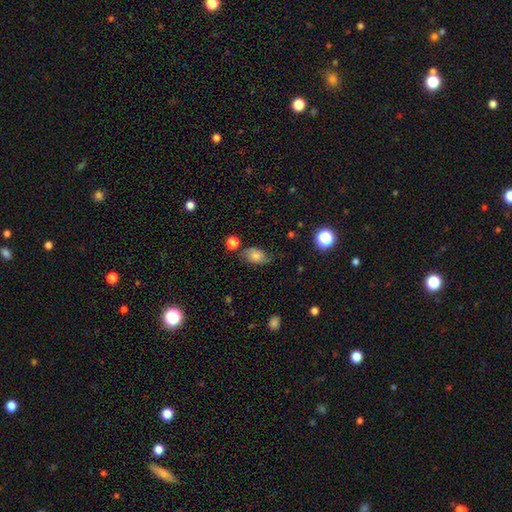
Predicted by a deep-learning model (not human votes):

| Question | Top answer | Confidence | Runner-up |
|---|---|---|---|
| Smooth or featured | smooth | 67% | featured or disk (22%) |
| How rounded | in between | 82% | round (16%) |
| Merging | none | 62% | minor disturbance (26%) |